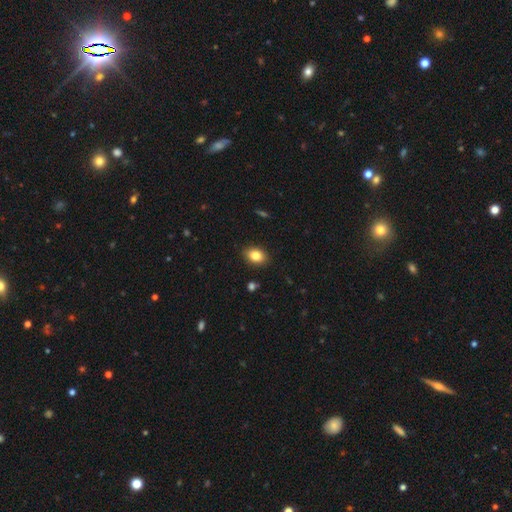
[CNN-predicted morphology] smooth-or-featured: smooth: 84% | star or artifact: 9% | featured or disk: 7%
  how-rounded: in between: 75% | round: 24% | cigar-shaped: 1%
  merging: none: 89% | minor disturbance: 8% | major disturbance: 2% | merger: 1%